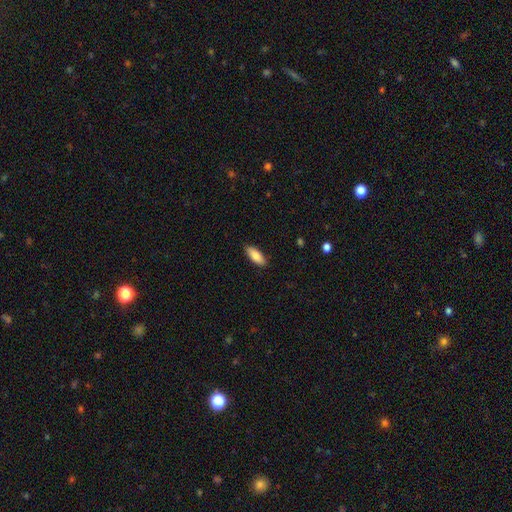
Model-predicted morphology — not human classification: Smooth or featured: smooth — 84% (featured or disk — 10%)
How rounded: in between — 77% (cigar-shaped — 21%)
Merging: none — 88% (minor disturbance — 10%)